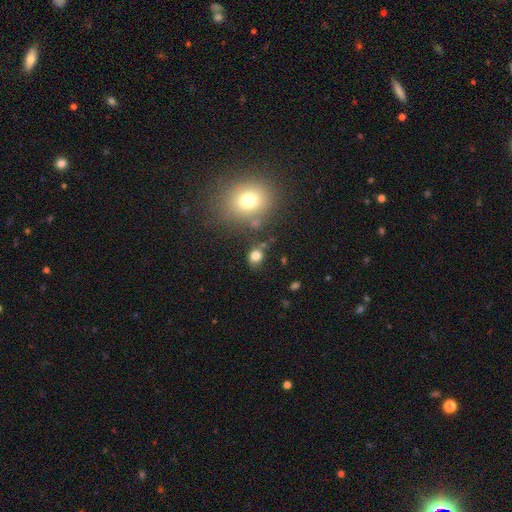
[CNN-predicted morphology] smooth 80%, star or artifact 14%, featured or disk 7%. Down the decision tree: how rounded — round (58%); merging — none (73%).